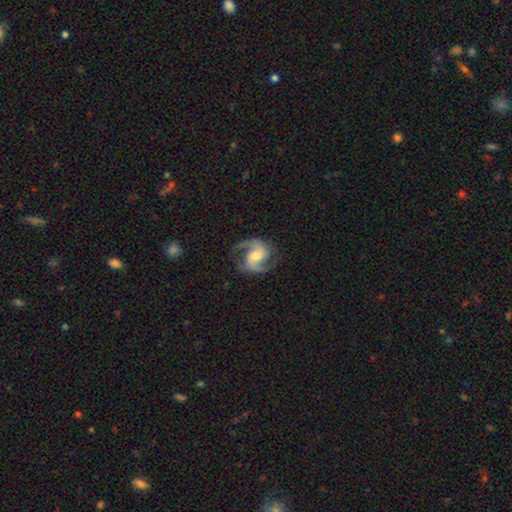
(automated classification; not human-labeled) Smooth or featured?
  - featured or disk: 91% *
  - star or artifact: 4%
  - smooth: 4%
Edge-on disk?
  - no: 98% *
  - yes: 2%
Bar?
  - no: 43% *
  - weak: 42%
  - strong: 14%
Spiral arms?
  - yes: 98% *
  - no: 2%
Spiral winding?
  - medium: 62% *
  - loose: 20%
  - tight: 18%
Spiral arm count?
  - 2: 92% *
  - 3: 2%
  - can't tell: 2%
  - 1: 1%
  - 4: 1%
  - more than 4: 1%
Bulge size?
  - moderate: 52% *
  - small: 37%
  - large: 5%
  - none: 4%
  - dominant: 1%
Merging?
  - none: 79% *
  - minor disturbance: 14%
  - major disturbance: 6%
  - merger: 1%